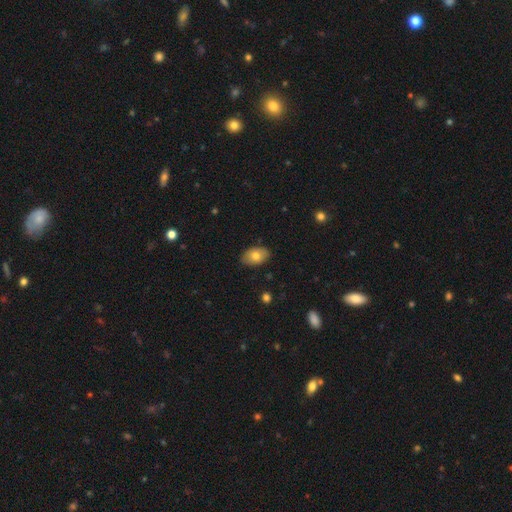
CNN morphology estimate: The model was most divided on "smooth or featured": smooth: 75%, featured or disk: 18%, star or artifact: 7%. More confident: how rounded — in between (89%); merging — none (85%).